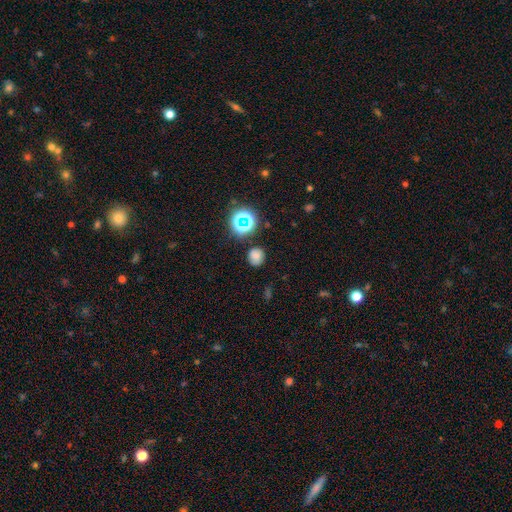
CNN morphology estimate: Smooth or featured: smooth — 72% (star or artifact — 21%)
How rounded: round — 84% (in between — 15%)
Merging: none — 81% (minor disturbance — 12%)